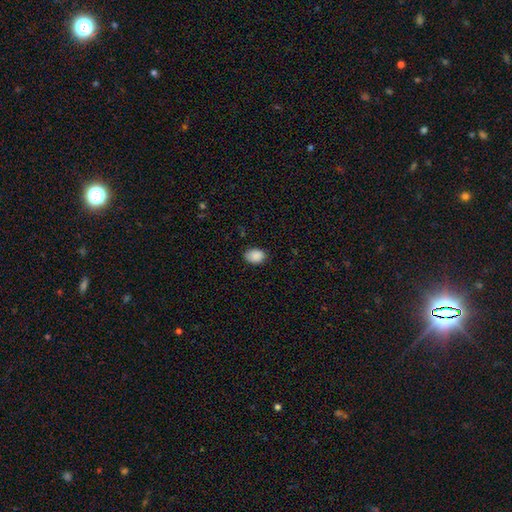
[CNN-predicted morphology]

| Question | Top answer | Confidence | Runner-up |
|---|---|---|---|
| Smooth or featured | smooth | 89% | star or artifact (8%) |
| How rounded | in between | 77% | round (22%) |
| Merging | none | 82% | minor disturbance (15%) |